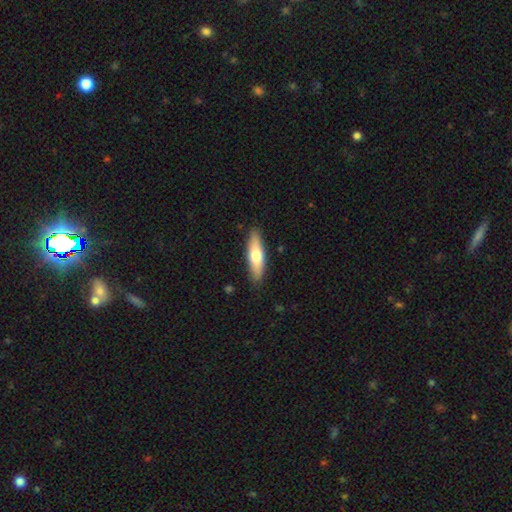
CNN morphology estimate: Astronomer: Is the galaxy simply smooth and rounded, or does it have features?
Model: smooth — 64%.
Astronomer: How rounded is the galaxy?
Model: cigar-shaped — 60% (runner-up: in between, 38%).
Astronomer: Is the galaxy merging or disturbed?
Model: none — 88%.